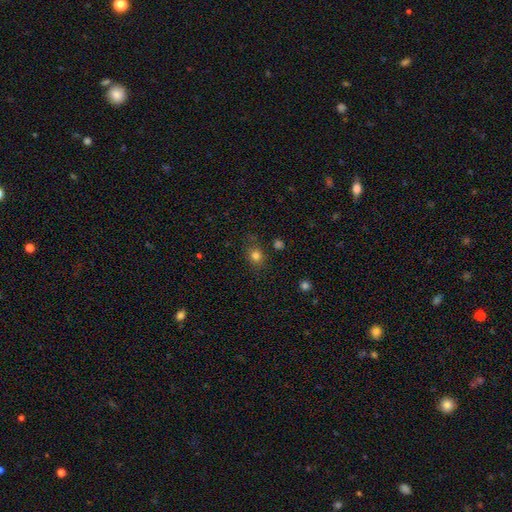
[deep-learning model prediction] Smooth or featured? Predicted: smooth (p=0.79). How rounded? Predicted: round (p=0.74). Merging? Predicted: none (p=0.80).